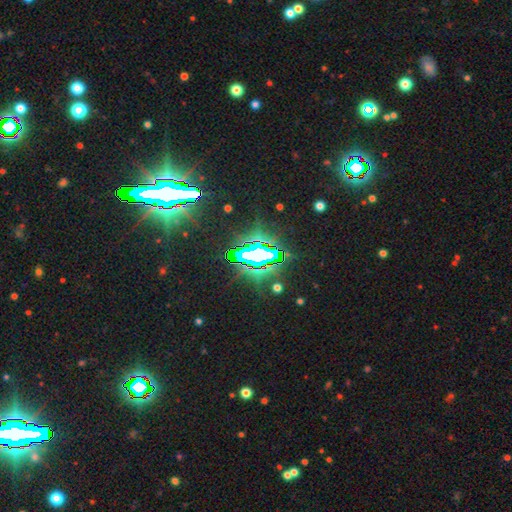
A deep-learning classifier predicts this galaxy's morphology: smooth_or_featured: star or artifact (p=0.79) [alt: featured or disk p=0.11]